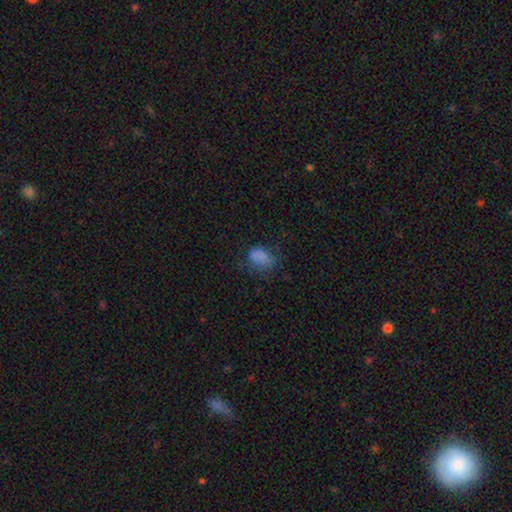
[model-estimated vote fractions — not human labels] Smooth or featured? smooth (78%)
How rounded? in between (81%)
Merging? none (56%)